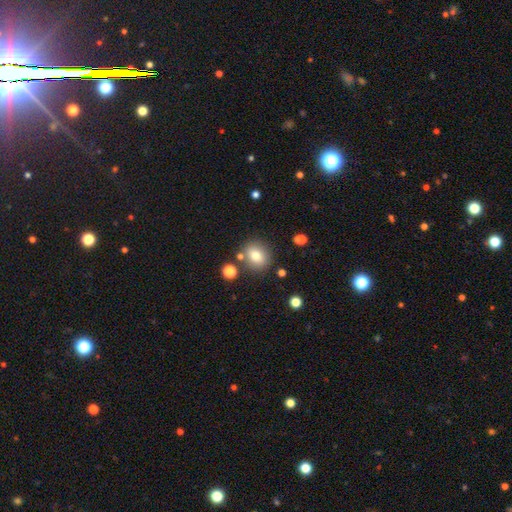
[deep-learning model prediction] Smooth or featured? smooth (77%)
How rounded? round (68%)
Merging? none (79%)